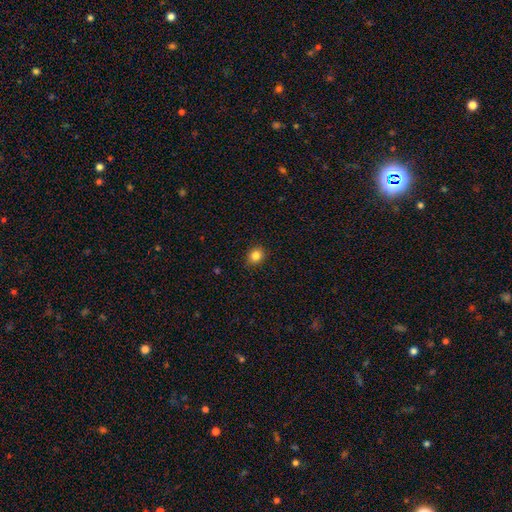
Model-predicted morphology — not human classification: A smooth galaxy with no disk features (84%) that is round (64%). Merging: none (88%).